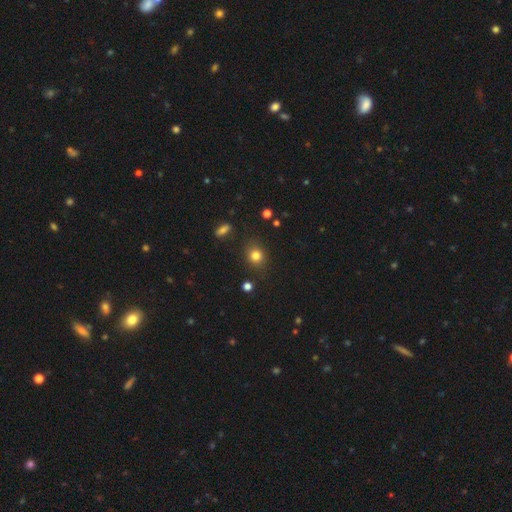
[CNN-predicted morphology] Smooth or featured? smooth (81%)
How rounded? round (67%)
Merging? none (83%)